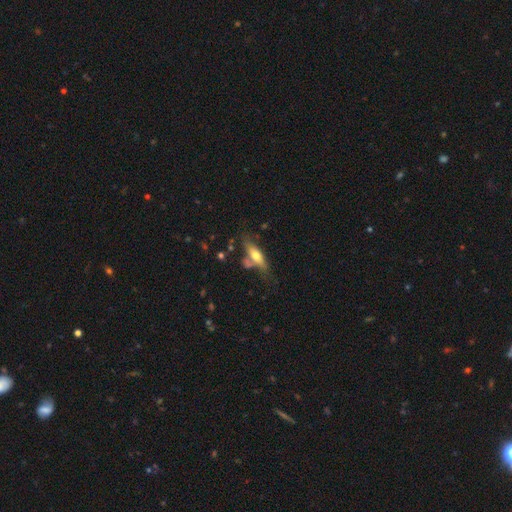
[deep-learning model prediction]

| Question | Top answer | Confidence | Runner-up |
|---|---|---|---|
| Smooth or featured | smooth | 49% | featured or disk (43%) |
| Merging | none | 51% | minor disturbance (21%) |